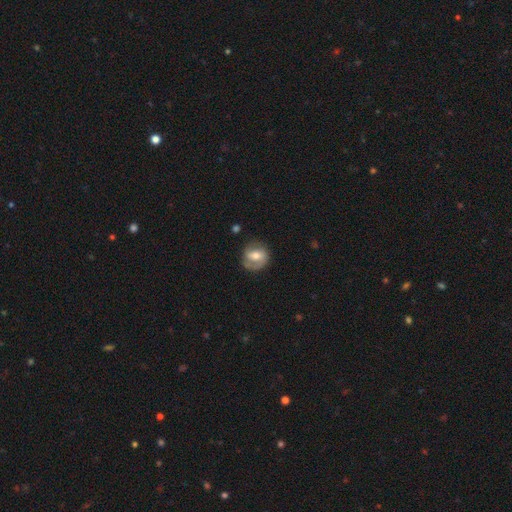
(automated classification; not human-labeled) featured or disk 55%, smooth 39%, star or artifact 7%. Down the decision tree: edge-on disk — no (96%); bar — weak (45%); spiral arms — yes (75%); bulge size — moderate (67%); merging — none (71%).